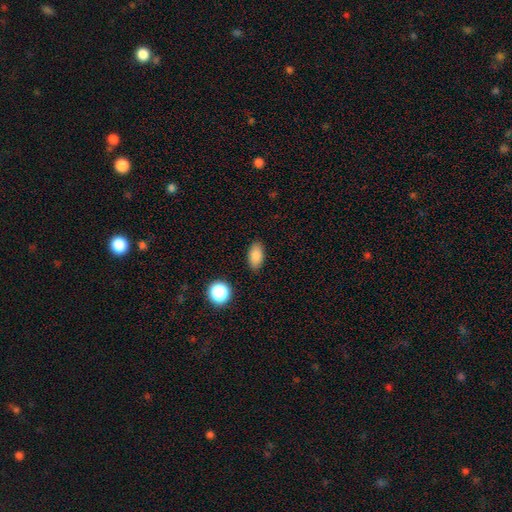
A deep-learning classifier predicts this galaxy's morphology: Smooth or featured? Predicted: smooth (p=0.85). How rounded? Predicted: in between (p=0.90). Merging? Predicted: none (p=0.86).